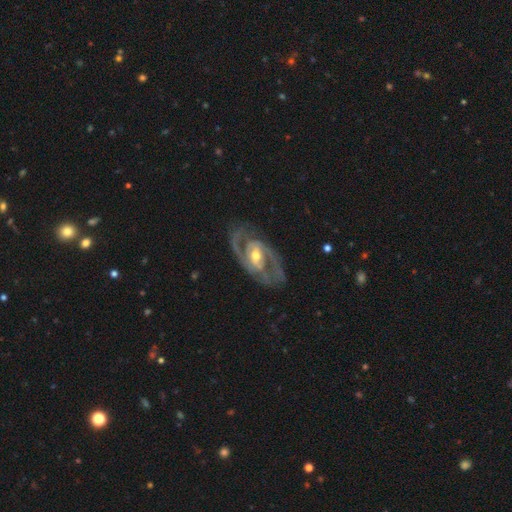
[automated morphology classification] type=featured or disk (90%); edge-on=no (96%); bar=weak (40%); spiral arms=yes (95%); winding=medium (55%); arm count=2 (89%); bulge=moderate (65%); merging=none (81%).